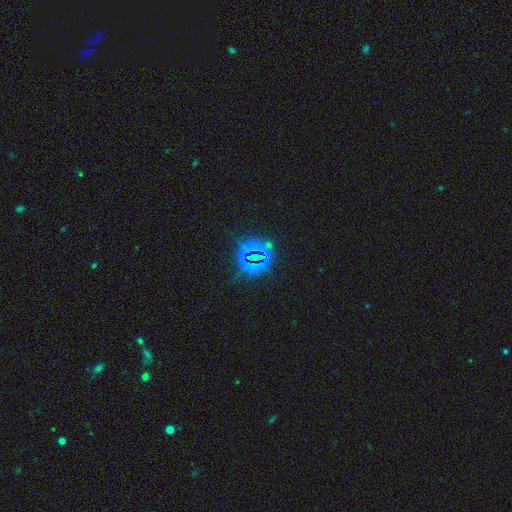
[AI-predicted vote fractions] This appears to be a star or artifact, not a galaxy (75%).